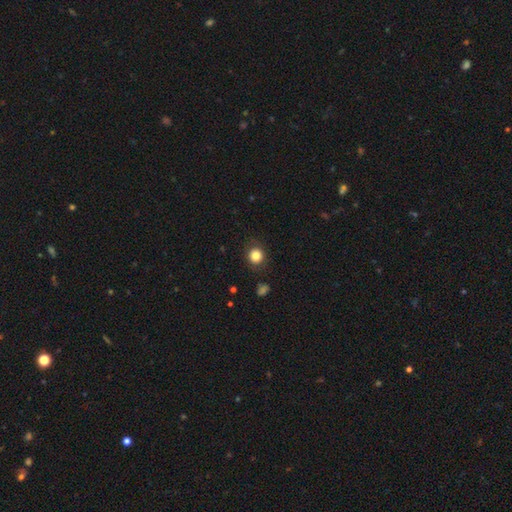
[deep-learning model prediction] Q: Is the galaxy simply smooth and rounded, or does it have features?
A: smooth — 83%.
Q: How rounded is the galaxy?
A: round — 85%.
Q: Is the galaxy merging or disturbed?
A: none — 85%.